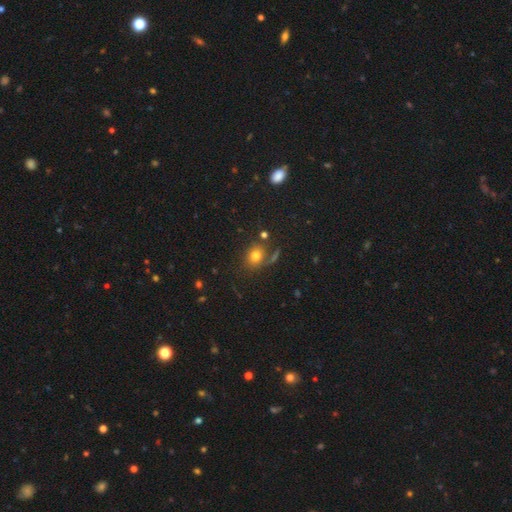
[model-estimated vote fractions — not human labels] Smooth or featured? Predicted: smooth (p=0.74). How rounded? Predicted: round (p=0.59). Merging? Predicted: none (p=0.68).